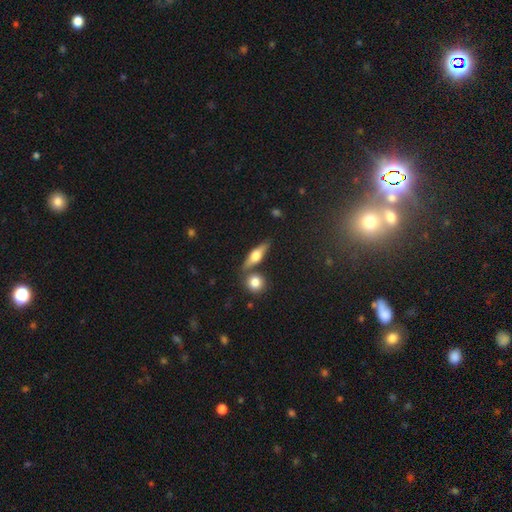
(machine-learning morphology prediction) Smooth or featured?
  - featured or disk: 52% *
  - smooth: 40%
  - star or artifact: 7%
Edge-on disk?
  - yes: 91% *
  - no: 9%
Merging?
  - none: 74% *
  - merger: 14%
  - minor disturbance: 10%
  - major disturbance: 3%